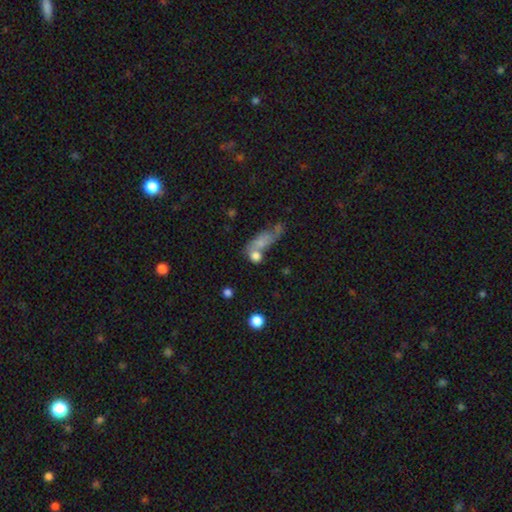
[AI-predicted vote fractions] Q: Smooth or featured?
A: smooth (74%); runner-up: featured or disk (14%)
Q: How rounded?
A: round (50%); runner-up: in between (43%)
Q: Merging?
A: merger (43%); runner-up: none (34%)